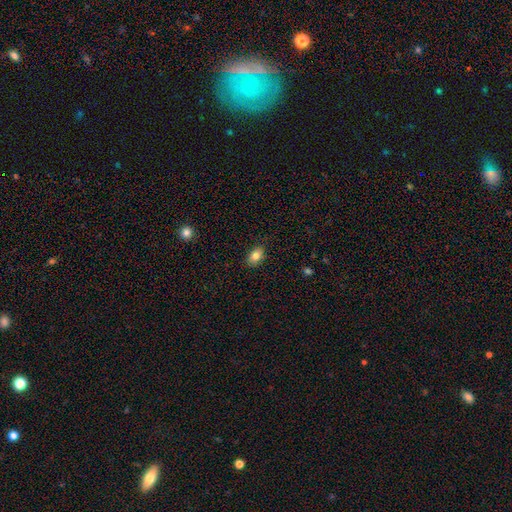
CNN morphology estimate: Overall: smooth (81%). How rounded: in between (87%). Merging: none (86%).